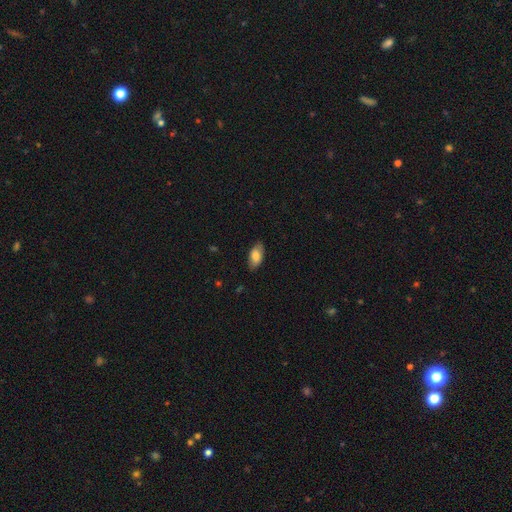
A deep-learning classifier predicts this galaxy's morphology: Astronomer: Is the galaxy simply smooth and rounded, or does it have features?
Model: smooth — 77%.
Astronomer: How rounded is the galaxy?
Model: in between — 93%.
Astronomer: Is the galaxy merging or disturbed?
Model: none — 82%.